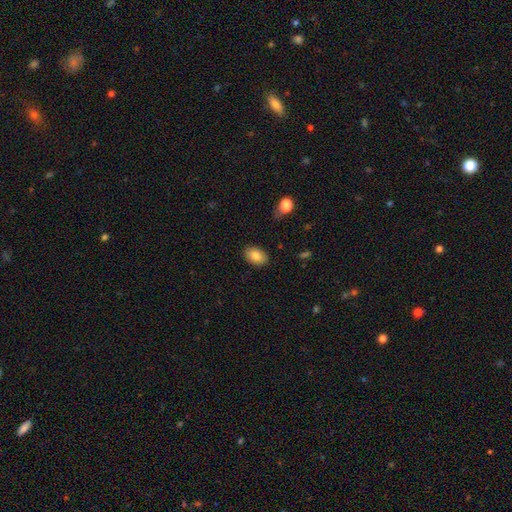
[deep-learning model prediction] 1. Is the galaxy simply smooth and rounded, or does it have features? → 84% smooth, 9% featured or disk, 8% star or artifact.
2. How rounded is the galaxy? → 89% in between, 10% round, 1% cigar-shaped.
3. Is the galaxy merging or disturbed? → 86% none, 10% minor disturbance, 2% major disturbance, 1% merger.